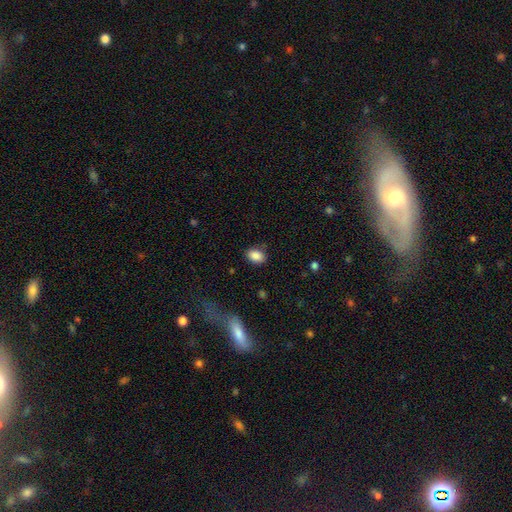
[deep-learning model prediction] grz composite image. It shows a smooth galaxy with no disk features (88%) that is in between round and cigar-shaped (73%). Merging: none (81%).